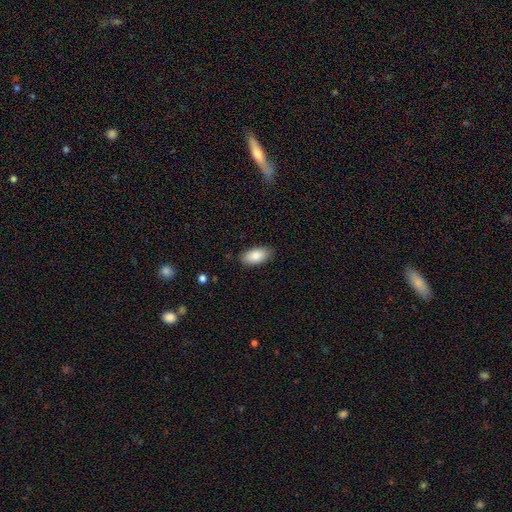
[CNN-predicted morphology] Overall: smooth (84%). How rounded: in between (93%). Merging: none (86%).